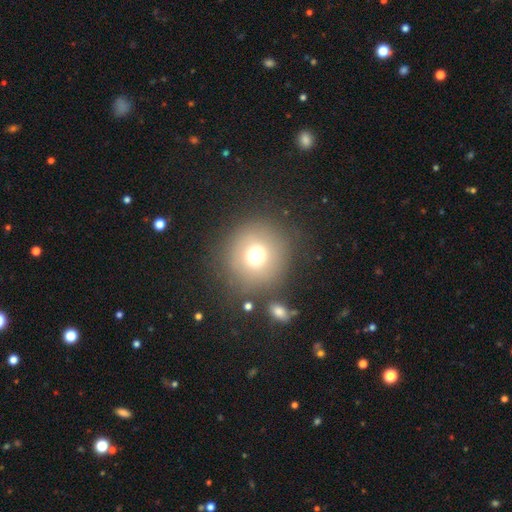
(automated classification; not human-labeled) Q: Smooth or featured?
A: smooth (71%); runner-up: star or artifact (16%)
Q: How rounded?
A: round (93%); runner-up: in between (7%)
Q: Merging?
A: none (78%); runner-up: minor disturbance (10%)